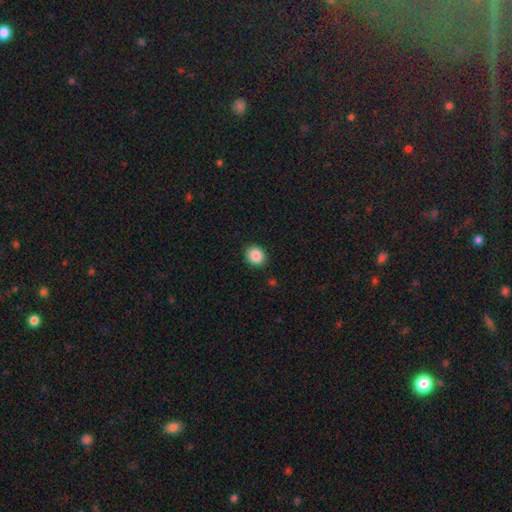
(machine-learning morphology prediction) Overall: smooth (87%). How rounded: round (76%). Merging: none (89%).